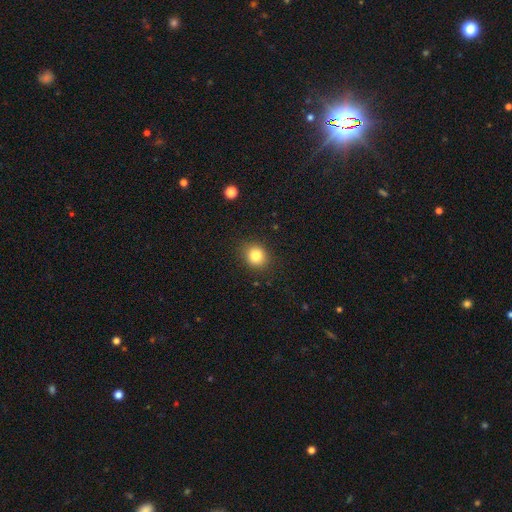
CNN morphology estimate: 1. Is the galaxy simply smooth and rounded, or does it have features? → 83% smooth, 11% star or artifact, 6% featured or disk.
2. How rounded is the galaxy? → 77% round, 22% in between, 1% cigar-shaped.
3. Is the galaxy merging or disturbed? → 87% none, 9% minor disturbance, 3% major disturbance, 1% merger.